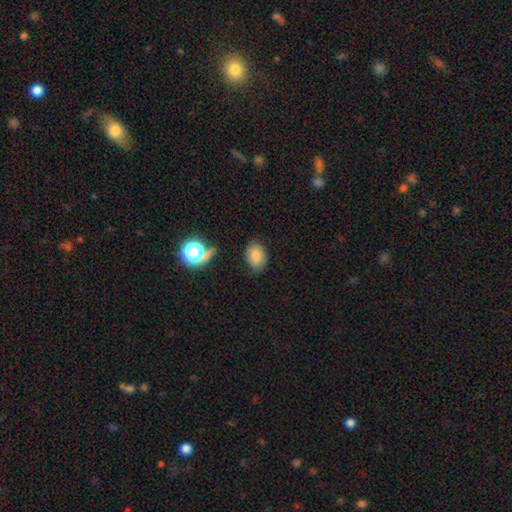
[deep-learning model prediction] Q: Smooth or featured?
A: smooth (78%); runner-up: star or artifact (12%)
Q: How rounded?
A: in between (72%); runner-up: round (27%)
Q: Merging?
A: none (77%); runner-up: minor disturbance (16%)